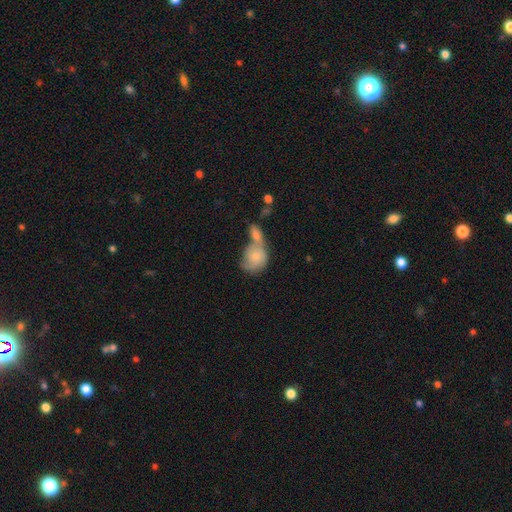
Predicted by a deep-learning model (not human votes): The model was most divided on "how rounded": round: 57%, in between: 41%, cigar-shaped: 2%. More confident: smooth or featured — smooth (68%); merging — merger (59%).